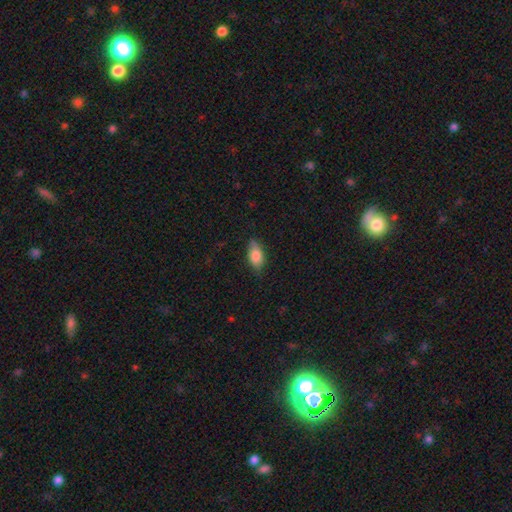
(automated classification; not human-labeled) Q: Smooth or featured?
A: smooth (79%); runner-up: featured or disk (14%)
Q: How rounded?
A: in between (87%); runner-up: cigar-shaped (8%)
Q: Merging?
A: none (77%); runner-up: minor disturbance (19%)